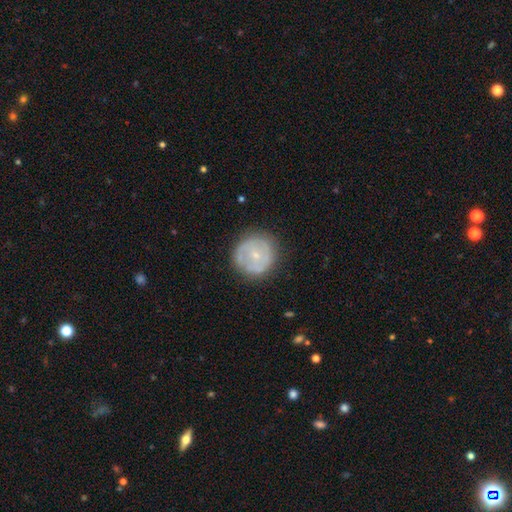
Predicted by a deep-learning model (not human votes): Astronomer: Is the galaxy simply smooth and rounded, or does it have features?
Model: featured or disk — 53% (runner-up: smooth, 40%).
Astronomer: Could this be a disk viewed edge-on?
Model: no — 97%.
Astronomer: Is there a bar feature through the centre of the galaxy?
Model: no — 77%.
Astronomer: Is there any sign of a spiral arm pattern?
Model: no — 58% (runner-up: yes, 42%).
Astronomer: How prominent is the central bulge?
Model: small — 72%.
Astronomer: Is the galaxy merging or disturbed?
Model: none — 75%.